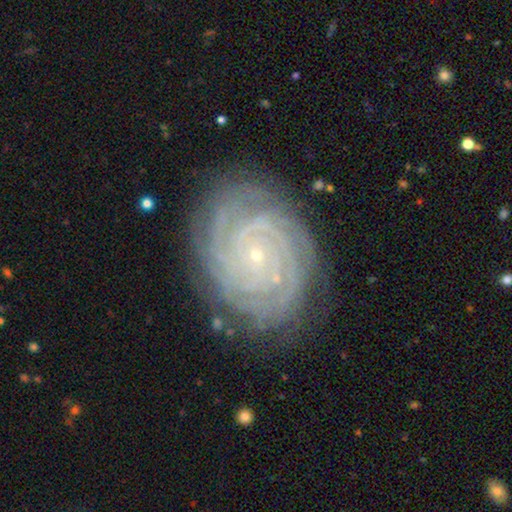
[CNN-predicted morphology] This appears to be a featured or disk galaxy (90%) with no bar (79%), 4 (27%) tight (88%) spiral arms (98%) and a small central bulge (90%). Merging: none (83%).